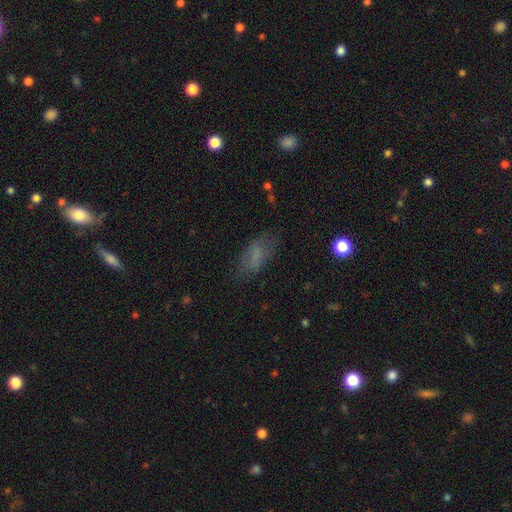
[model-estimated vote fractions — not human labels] Morphology: type=smooth (68%); roundness=in between (84%); merging=none (67%).